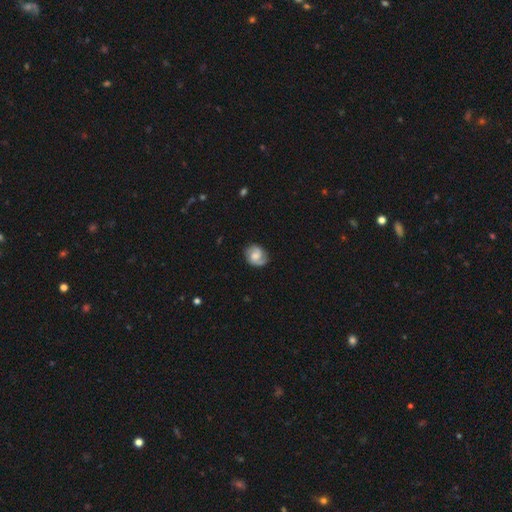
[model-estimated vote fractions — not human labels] smooth_or_featured: featured or disk (p=0.64) [alt: smooth p=0.29]
disk_edge_on: no (p=0.98) [alt: yes p=0.02]
bar: no (p=0.47) [alt: weak p=0.44]
has_spiral_arms: yes (p=0.93) [alt: no p=0.07]
spiral_winding: medium (p=0.45) [alt: tight p=0.36]
spiral_arm_count: 2 (p=0.82) [alt: can't tell p=0.08]
bulge_size: moderate (p=0.44) [alt: small p=0.28]
merging: none (p=0.78) [alt: minor disturbance p=0.16]